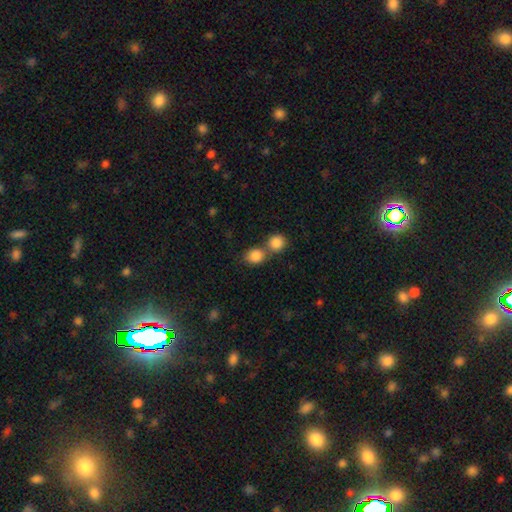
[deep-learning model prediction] Q: Smooth or featured?
A: smooth (86%); runner-up: star or artifact (9%)
Q: How rounded?
A: round (64%); runner-up: in between (34%)
Q: Merging?
A: merger (46%); runner-up: none (44%)